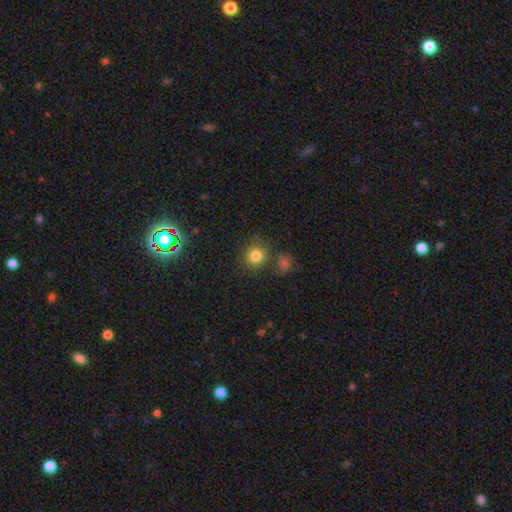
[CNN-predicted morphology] Smooth or featured?
  - smooth: 81% *
  - star or artifact: 13%
  - featured or disk: 6%
How rounded?
  - round: 88% *
  - in between: 11%
  - cigar-shaped: 1%
Merging?
  - none: 75% *
  - minor disturbance: 11%
  - merger: 10%
  - major disturbance: 4%